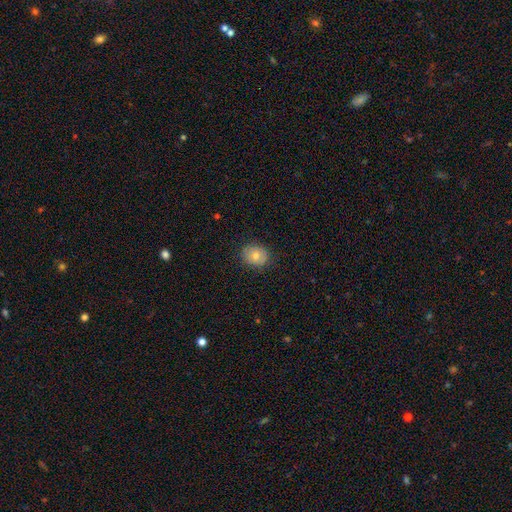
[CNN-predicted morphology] Smooth or featured? Predicted: smooth (p=0.74). How rounded? Predicted: round (p=0.67). Merging? Predicted: none (p=0.86).